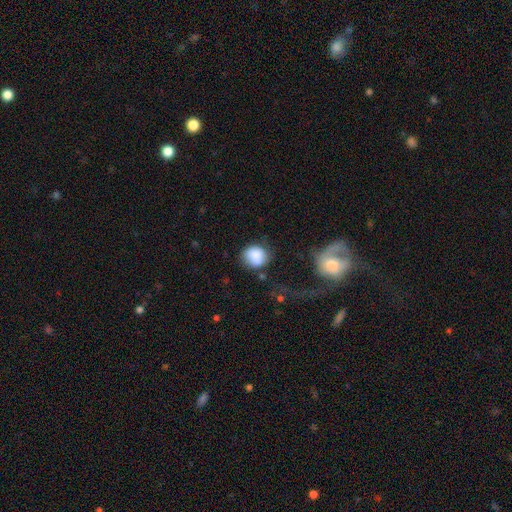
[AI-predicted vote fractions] smooth_or_featured: smooth (p=0.81) [alt: featured or disk p=0.10]
how_rounded: round (p=0.73) [alt: in between p=0.26]
merging: none (p=0.60) [alt: minor disturbance p=0.24]